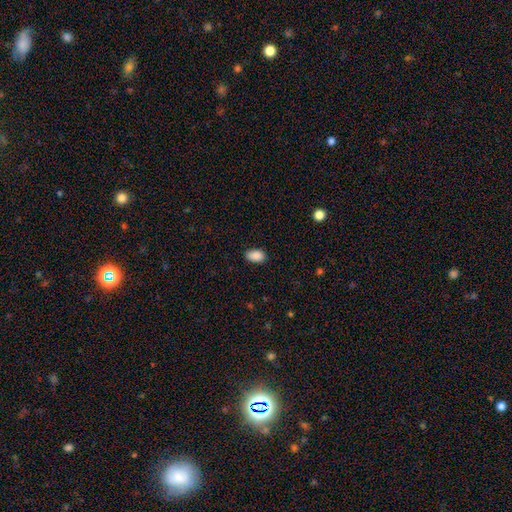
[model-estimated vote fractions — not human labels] This is clearly a smooth galaxy (89%). How rounded: clearly in between (91%). Merging: clearly none (86%).